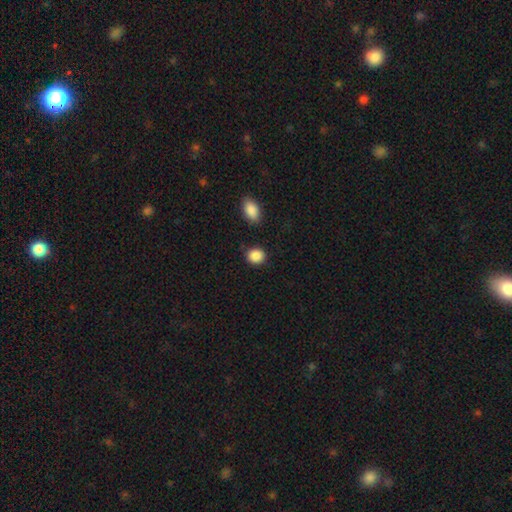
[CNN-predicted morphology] This appears to be a smooth galaxy with no disk features (89%) that is round (72%). Merging: none (85%).